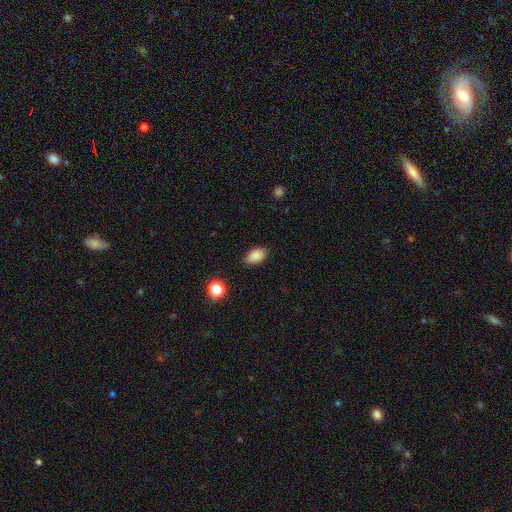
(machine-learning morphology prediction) Smooth or featured? Predicted: smooth (p=0.87). How rounded? Predicted: in between (p=0.89). Merging? Predicted: none (p=0.83).